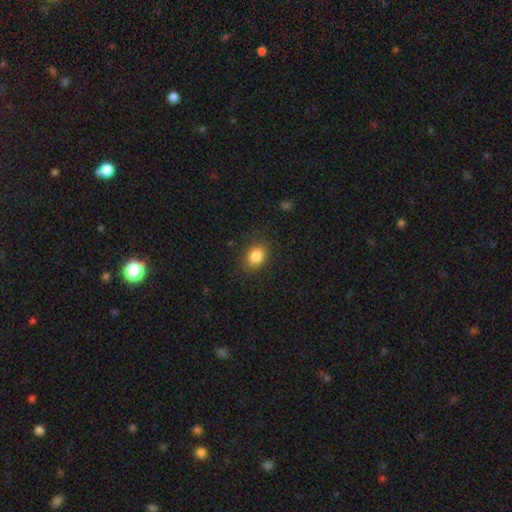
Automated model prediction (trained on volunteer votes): The model was most divided on "how rounded": in between: 63%, round: 36%, cigar-shaped: 1%. More confident: merging — none (85%); smooth or featured — smooth (84%).